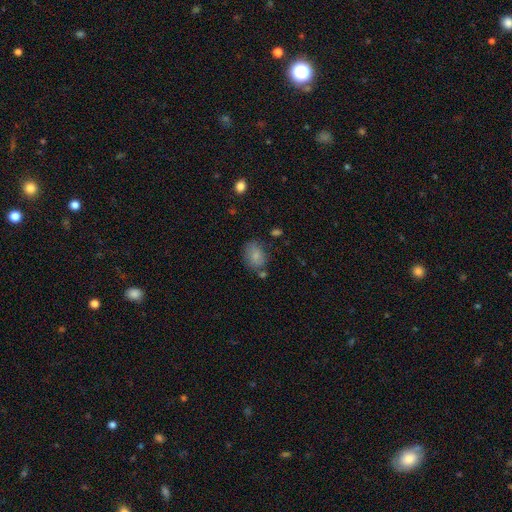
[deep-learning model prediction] The model was most divided on "how rounded": in between: 74%, round: 25%, cigar-shaped: 1%. More confident: smooth or featured — smooth (81%); merging — none (68%).